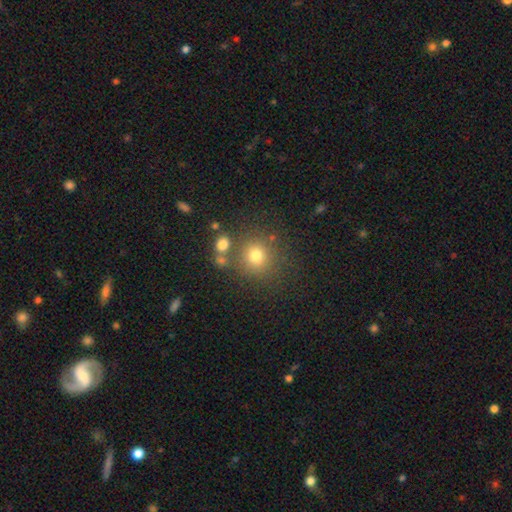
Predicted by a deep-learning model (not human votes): A smooth galaxy with no disk features (75%) that is round (88%).

Vote fractions:
- Smooth or featured? smooth: 75% / star or artifact: 16% / featured or disk: 10%
- How rounded? round: 88% / in between: 11% / cigar-shaped: 1%
- Merging? none: 74% / merger: 11% / minor disturbance: 11% / major disturbance: 5%